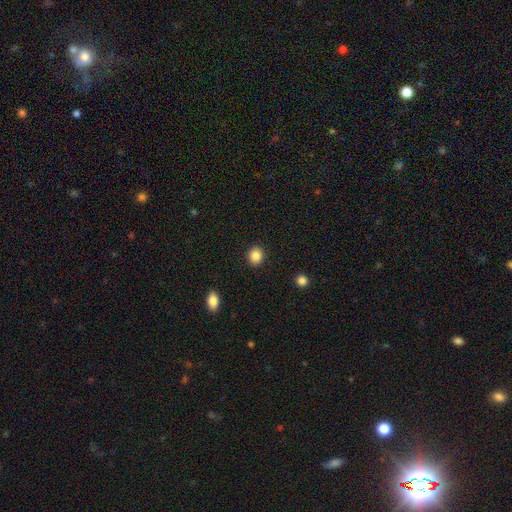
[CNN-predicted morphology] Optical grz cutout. It shows a smooth galaxy with no disk features (86%) that is round (78%). Merging: none (91%).